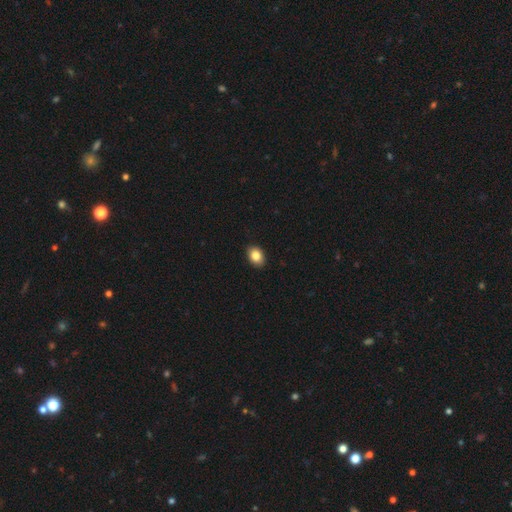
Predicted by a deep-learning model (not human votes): smooth_or_featured: smooth (p=0.86) [alt: star or artifact p=0.08]
how_rounded: in between (p=0.77) [alt: round p=0.22]
merging: none (p=0.90) [alt: minor disturbance p=0.08]